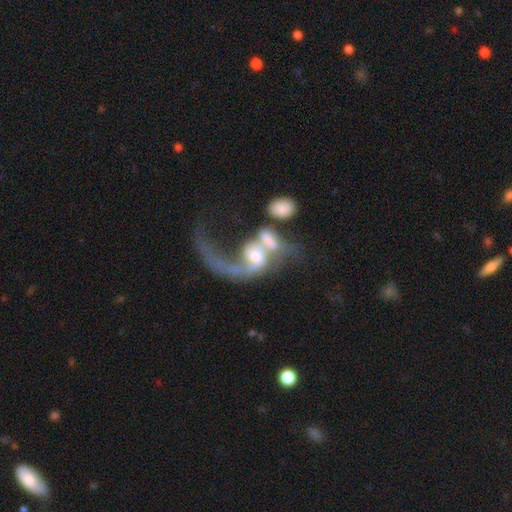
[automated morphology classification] Smooth or featured? Predicted: featured or disk (p=0.76). Edge-on disk? Predicted: no (p=0.96). Bar? Predicted: no (p=0.55). Spiral arms? Predicted: yes (p=0.83). Spiral winding? Predicted: loose (p=0.84). Spiral arm count? Predicted: 1 (p=0.58). Bulge size? Predicted: moderate (p=0.48). Merging? Predicted: merger (p=0.51).